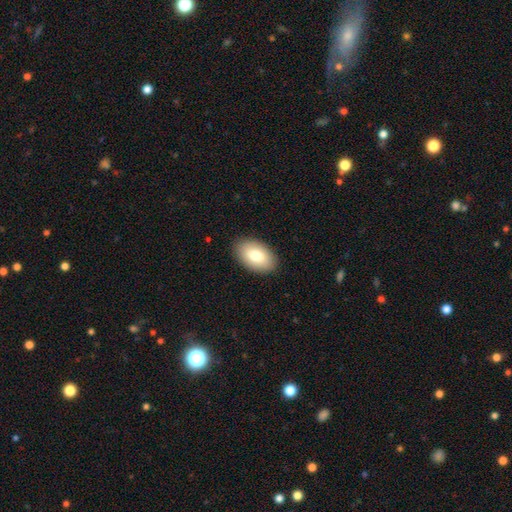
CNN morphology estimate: smooth-or-featured: smooth: 80% | featured or disk: 14% | star or artifact: 7%
  how-rounded: in between: 94% | round: 5% | cigar-shaped: 1%
  merging: none: 89% | minor disturbance: 8% | major disturbance: 2% | merger: 1%